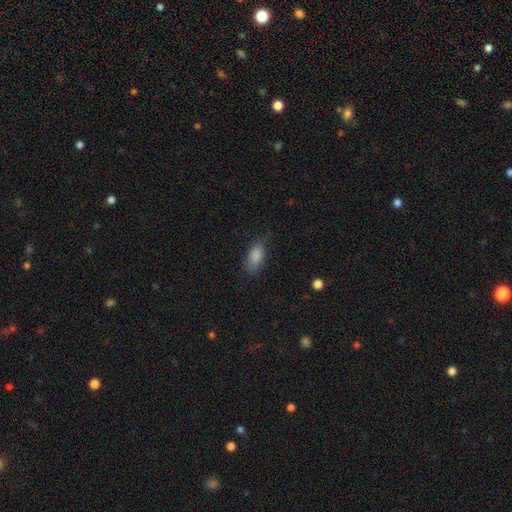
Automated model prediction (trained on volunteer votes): Smooth or featured? Predicted: smooth (p=0.86). How rounded? Predicted: in between (p=0.87). Merging? Predicted: none (p=0.70).